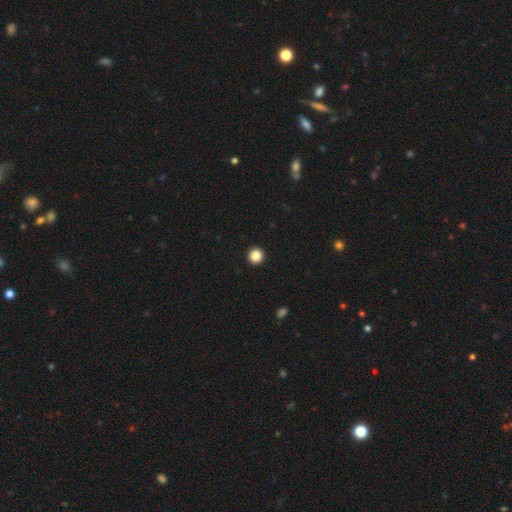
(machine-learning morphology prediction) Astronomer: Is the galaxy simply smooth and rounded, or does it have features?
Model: smooth — 86%.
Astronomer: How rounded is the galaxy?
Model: round — 96%.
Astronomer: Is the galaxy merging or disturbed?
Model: none — 94%.